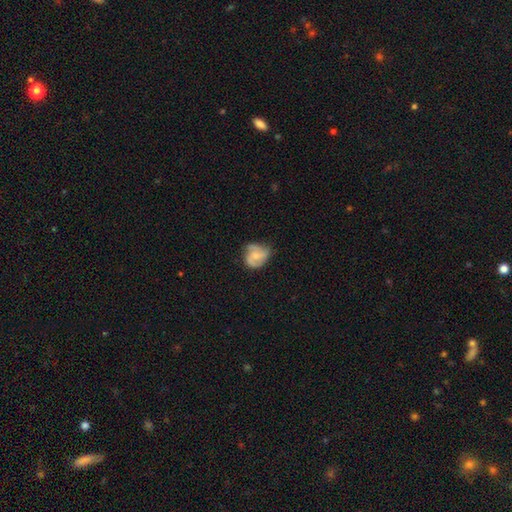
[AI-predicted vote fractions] featured or disk 65%, smooth 28%, star or artifact 7%. Down the decision tree: edge-on disk — no (98%); bar — no (61%); spiral arms — yes (91%); spiral arm count — 2 (44%); spiral winding — medium (49%); bulge size — small (53%); merging — none (58%).